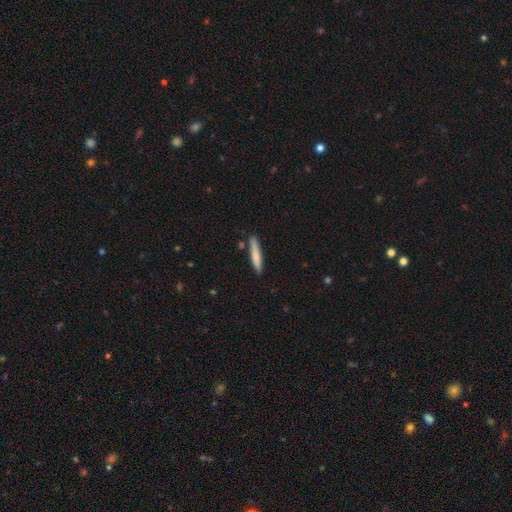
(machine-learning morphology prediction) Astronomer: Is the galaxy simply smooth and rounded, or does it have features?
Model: smooth — 77%.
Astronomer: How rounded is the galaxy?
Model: cigar-shaped — 91%.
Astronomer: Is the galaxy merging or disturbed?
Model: none — 83%.